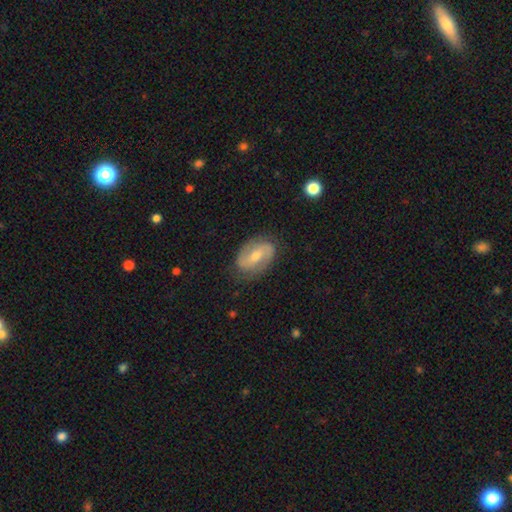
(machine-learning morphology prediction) Overall: featured or disk (75%). Edge-on disk: no (96%). Bar: weak (46%; no 28%). Spiral arms: yes (89%). Spiral arm count: 2 (89%). Spiral winding: medium (43%; loose 28%). Bulge size: moderate (55%; small 40%). Merging: none (82%).